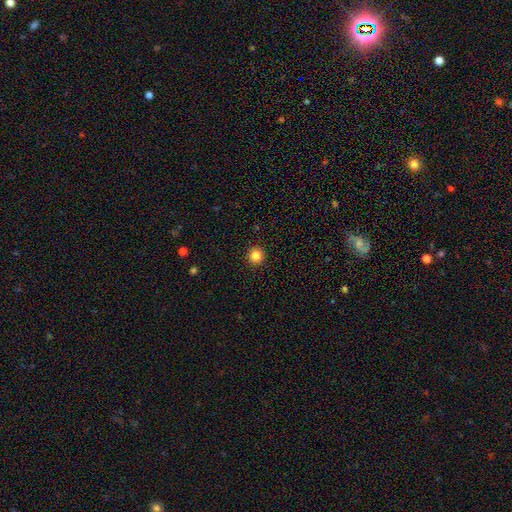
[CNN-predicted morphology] Smooth or featured? Predicted: smooth (p=0.84). How rounded? Predicted: round (p=0.95). Merging? Predicted: none (p=0.93).